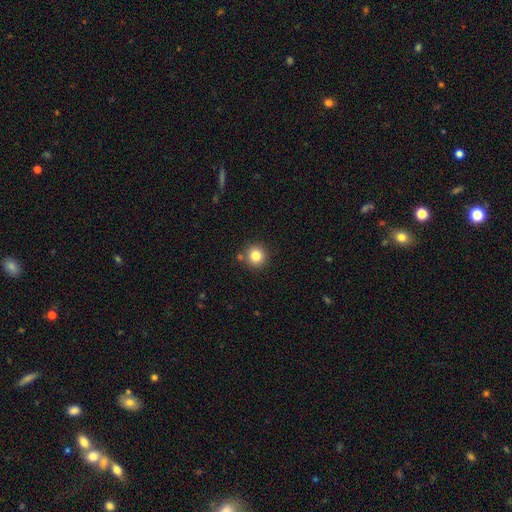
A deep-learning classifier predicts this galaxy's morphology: smooth 82%, star or artifact 12%, featured or disk 7%. Down the decision tree: how rounded — round (94%); merging — none (85%).